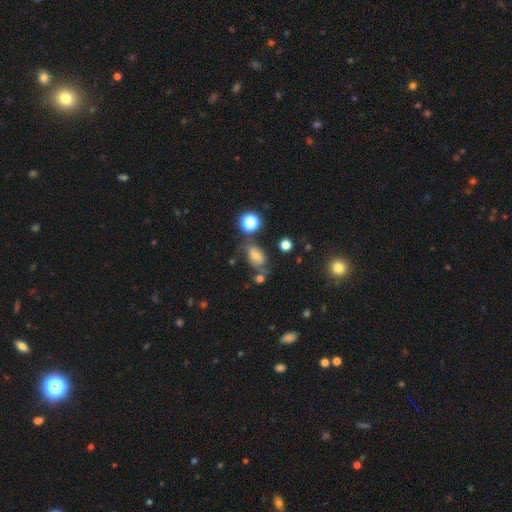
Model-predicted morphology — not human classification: smooth_or_featured: smooth (p=0.55) [alt: featured or disk p=0.26]
how_rounded: in between (p=0.78) [alt: round p=0.20]
merging: none (p=0.58) [alt: minor disturbance p=0.21]